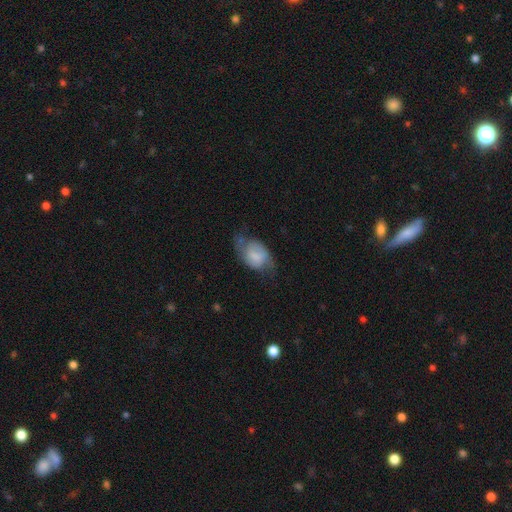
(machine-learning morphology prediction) The model was most divided on "merging": none: 41%, minor disturbance: 32%, major disturbance: 23%, merger: 3%. More confident: how rounded — in between (81%); smooth or featured — smooth (53%).